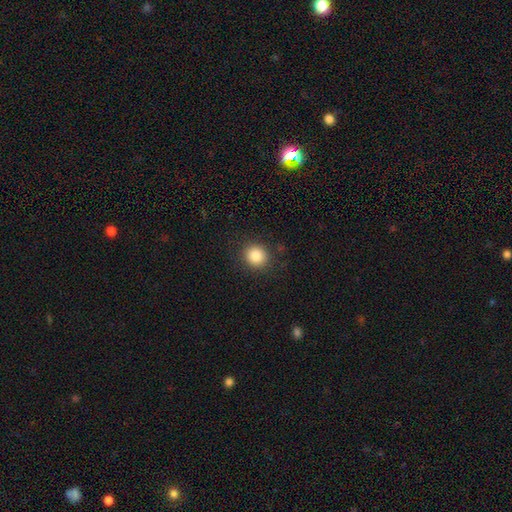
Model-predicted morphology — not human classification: Smooth or featured? Predicted: smooth (p=0.84). How rounded? Predicted: round (p=0.86). Merging? Predicted: none (p=0.89).